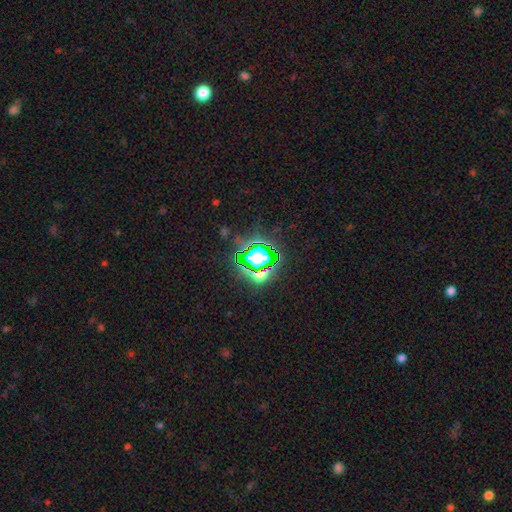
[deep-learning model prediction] smooth-or-featured: star or artifact: 70% | smooth: 19% | featured or disk: 11%